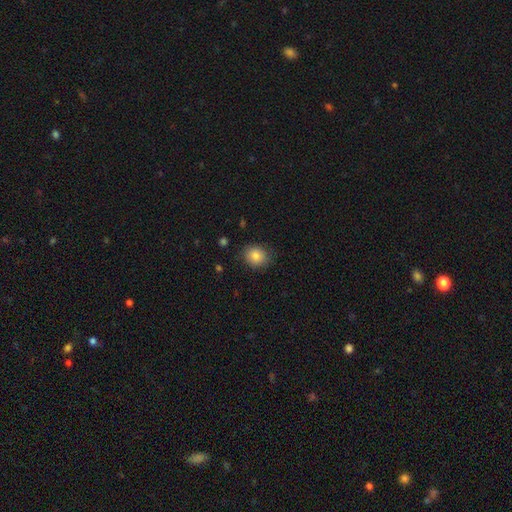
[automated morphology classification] Smooth or featured? Predicted: smooth (p=0.84). How rounded? Predicted: round (p=0.68). Merging? Predicted: none (p=0.83).